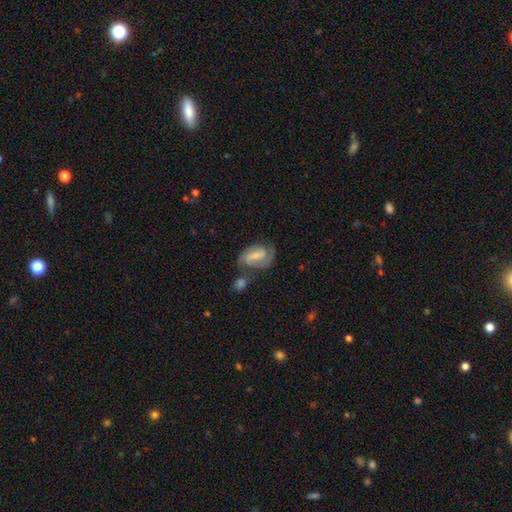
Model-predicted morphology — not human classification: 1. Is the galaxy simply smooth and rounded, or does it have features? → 78% featured or disk, 16% smooth, 7% star or artifact.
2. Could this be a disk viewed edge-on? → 97% no, 3% yes.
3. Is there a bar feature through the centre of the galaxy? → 47% weak, 34% strong, 19% no.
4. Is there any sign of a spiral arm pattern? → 95% yes, 5% no.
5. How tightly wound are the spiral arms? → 49% medium, 36% tight, 15% loose.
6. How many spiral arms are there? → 87% 2, 5% can't tell, 4% 1, 2% 3, 1% 4, 1% more than 4.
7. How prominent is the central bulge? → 38% small, 30% none, 24% moderate, 6% large, 2% dominant.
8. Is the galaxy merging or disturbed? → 59% none, 18% minor disturbance, 15% merger, 8% major disturbance.